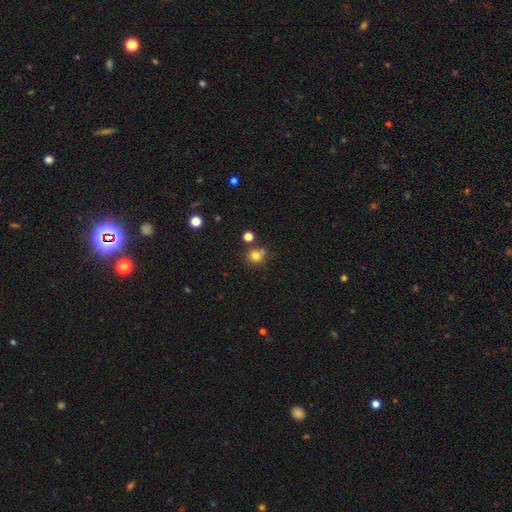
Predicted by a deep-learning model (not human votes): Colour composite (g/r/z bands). It shows a smooth galaxy with no disk features (79%) that is round (88%). Merging: none (67%).